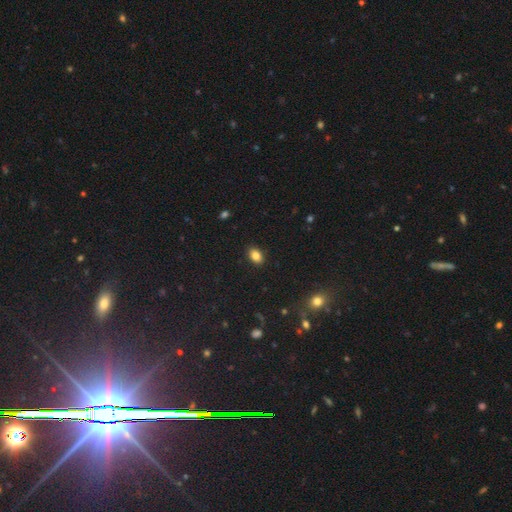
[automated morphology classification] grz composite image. It shows a smooth galaxy with no disk features (83%) that is in between round and cigar-shaped (82%). Merging: none (89%).